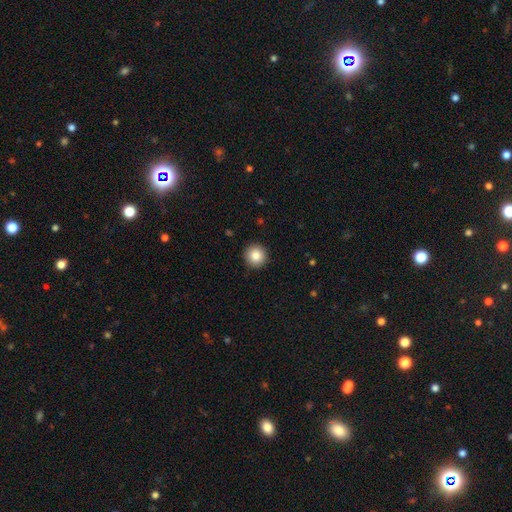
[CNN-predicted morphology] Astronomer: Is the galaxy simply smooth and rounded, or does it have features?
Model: smooth — 86%.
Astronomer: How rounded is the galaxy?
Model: round — 95%.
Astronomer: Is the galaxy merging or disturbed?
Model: none — 92%.